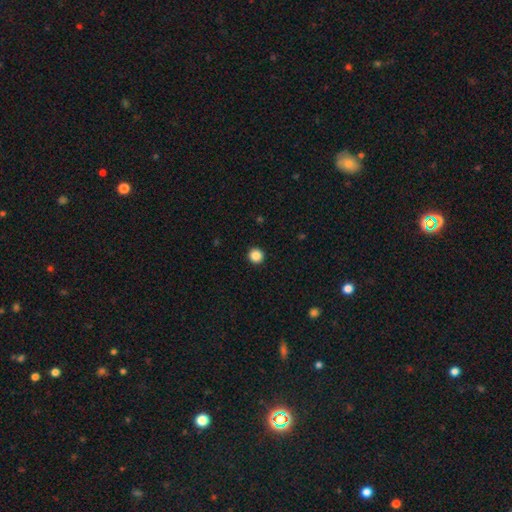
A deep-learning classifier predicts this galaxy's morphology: A smooth galaxy with no disk features (87%) that is round (96%).

Vote fractions:
- Smooth or featured? smooth: 87% / star or artifact: 10% / featured or disk: 3%
- How rounded? round: 96% / in between: 3% / cigar-shaped: 1%
- Merging? none: 94% / minor disturbance: 4% / major disturbance: 1% / merger: 1%